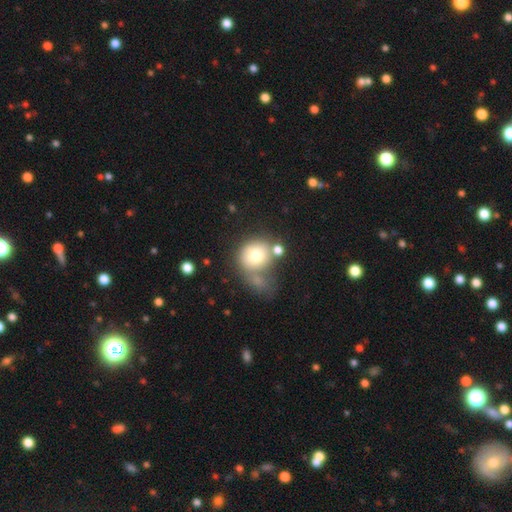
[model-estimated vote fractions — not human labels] Smooth or featured?
  - smooth: 72% *
  - featured or disk: 18%
  - star or artifact: 10%
How rounded?
  - round: 81% *
  - in between: 18%
  - cigar-shaped: 1%
Merging?
  - none: 35% *
  - merger: 32%
  - minor disturbance: 18%
  - major disturbance: 15%